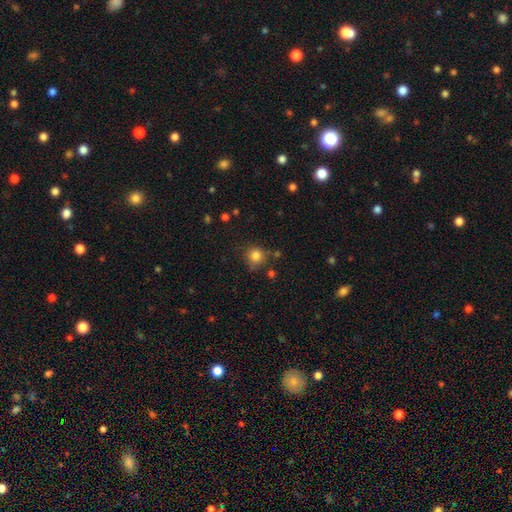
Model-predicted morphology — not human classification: The model was most divided on "merging": none: 72%, minor disturbance: 17%, merger: 5%, major disturbance: 5%. More confident: how rounded — round (89%); smooth or featured — smooth (82%).